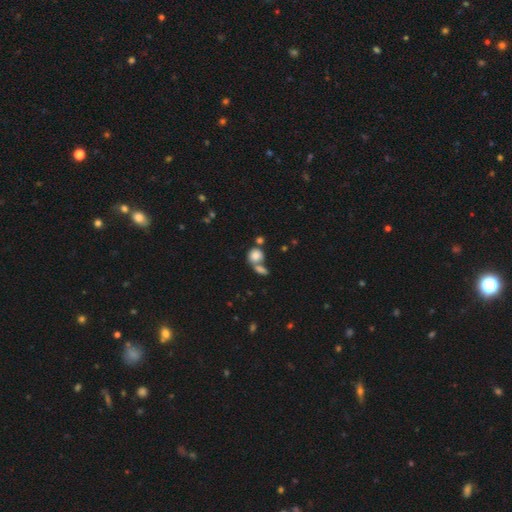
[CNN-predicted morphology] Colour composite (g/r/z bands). It shows a smooth galaxy with no disk features (81%) that is round (76%). Merging: merger (45%).